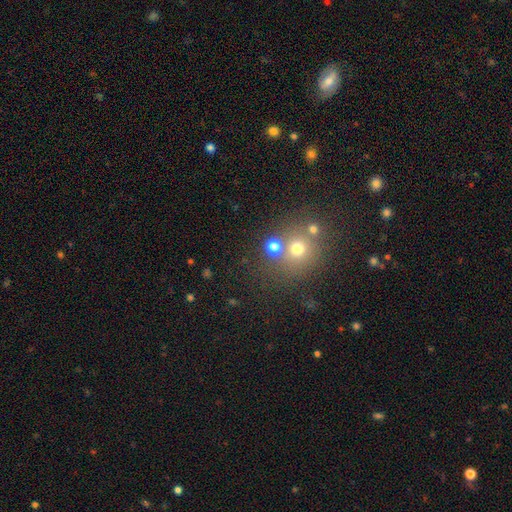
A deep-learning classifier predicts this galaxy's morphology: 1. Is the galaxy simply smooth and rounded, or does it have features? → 49% smooth, 38% star or artifact, 14% featured or disk.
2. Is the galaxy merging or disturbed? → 60% none, 28% merger, 8% minor disturbance, 4% major disturbance.